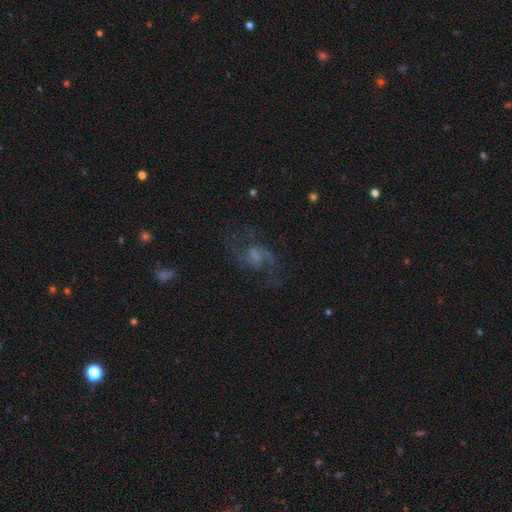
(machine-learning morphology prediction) The model was most divided on "bulge size": moderate: 31%, small: 29%, none: 27%, large: 10%, dominant: 2%. Remaining: edge-on disk — no (97%); spiral arms — yes (94%); spiral arm count — 2 (87%); smooth or featured — featured or disk (78%); merging — none (68%); spiral winding — medium (50%); bar — no (49%).